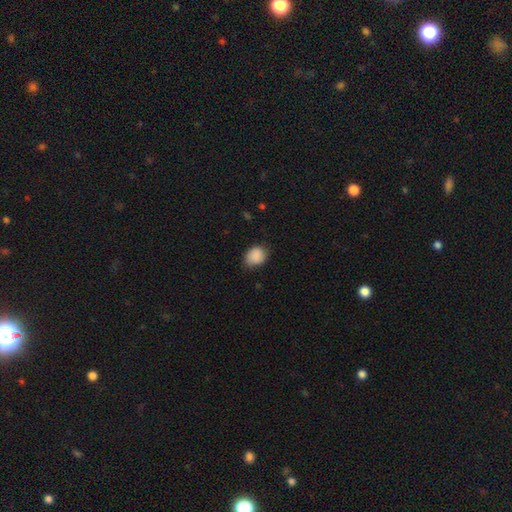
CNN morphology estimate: smooth 87%, star or artifact 8%, featured or disk 5%. Down the decision tree: how rounded — in between (52%); merging — none (72%).